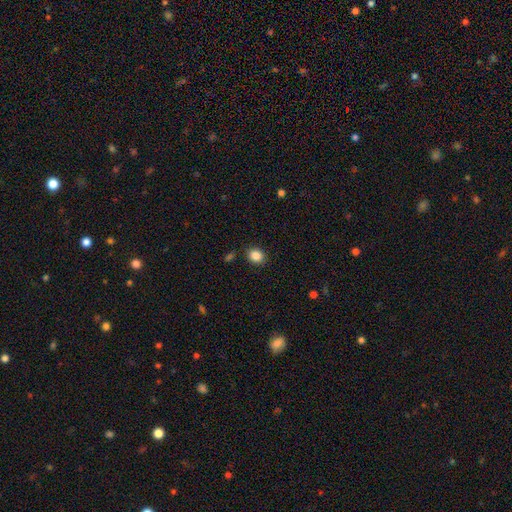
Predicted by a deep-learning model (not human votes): smooth-or-featured: smooth: 86% | star or artifact: 10% | featured or disk: 4%
  how-rounded: round: 64% | in between: 35% | cigar-shaped: 1%
  merging: none: 88% | minor disturbance: 8% | major disturbance: 2% | merger: 2%